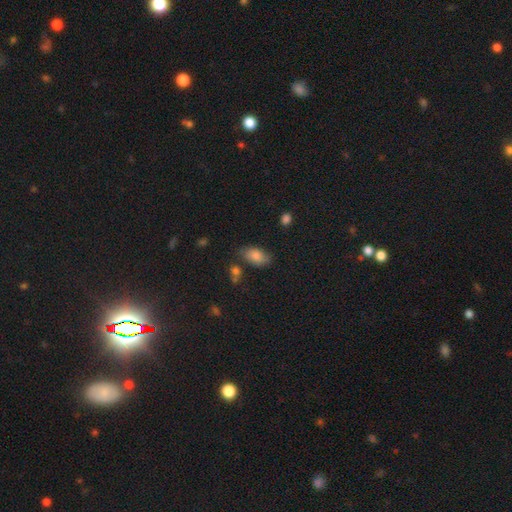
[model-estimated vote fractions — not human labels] smooth_or_featured: smooth (p=0.81) [alt: featured or disk p=0.11]
how_rounded: in between (p=0.92) [alt: round p=0.06]
merging: none (p=0.70) [alt: minor disturbance p=0.20]